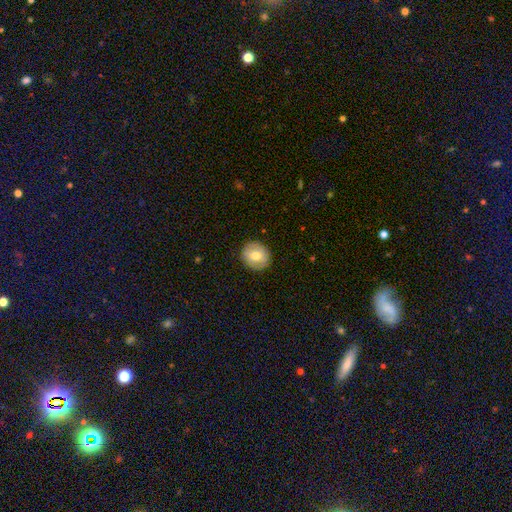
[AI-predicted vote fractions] Smooth or featured? smooth (70%)
How rounded? round (85%)
Merging? none (89%)